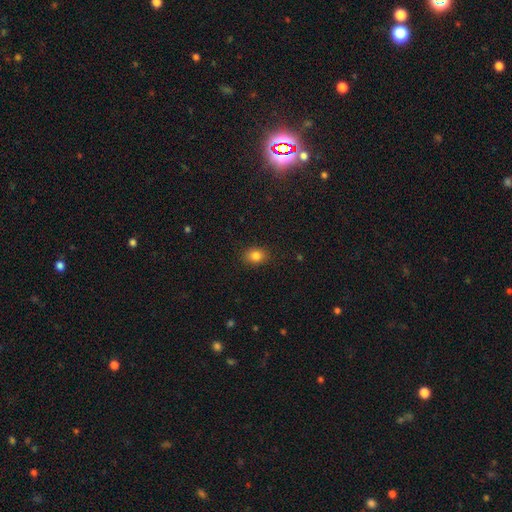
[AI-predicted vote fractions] A smooth galaxy with no disk features (83%) that is in between round and cigar-shaped (59%).

Vote fractions:
- Smooth or featured? smooth: 83% / star or artifact: 11% / featured or disk: 6%
- How rounded? in between: 59% / round: 40% / cigar-shaped: 1%
- Merging? none: 87% / minor disturbance: 9% / major disturbance: 2% / merger: 1%